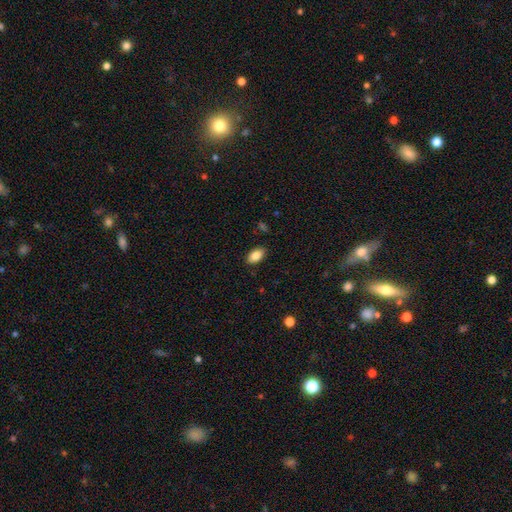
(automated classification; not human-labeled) smooth 85%, featured or disk 8%, star or artifact 7%. Down the decision tree: how rounded — in between (93%); merging — none (87%).